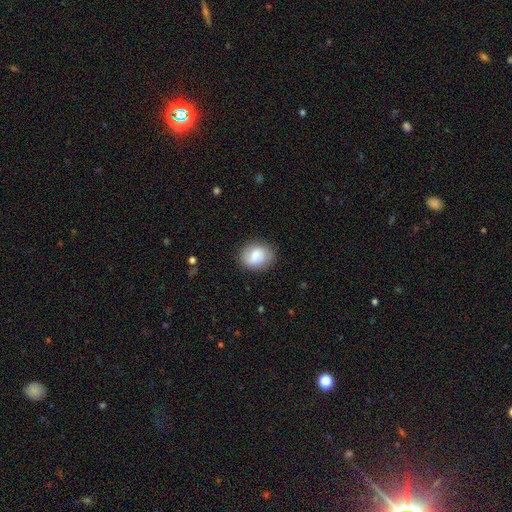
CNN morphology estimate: Smooth or featured? smooth (66%)
How rounded? round (57%)
Merging? none (84%)